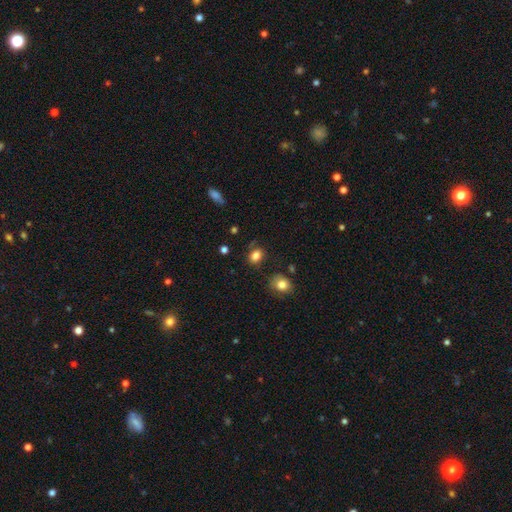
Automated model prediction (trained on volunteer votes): This appears to be a smooth galaxy with no disk features (84%) that is in between round and cigar-shaped (57%). Merging: none (74%).